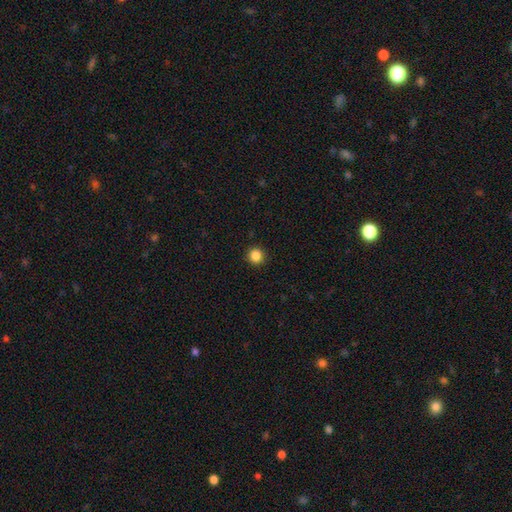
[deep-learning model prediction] smooth 86%, star or artifact 11%, featured or disk 3%. Down the decision tree: how rounded — round (92%); merging — none (92%).